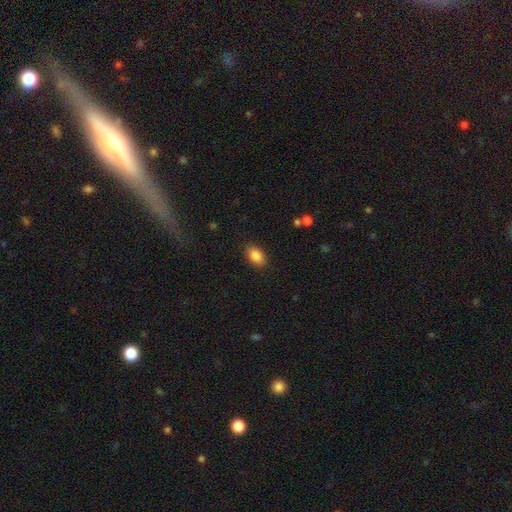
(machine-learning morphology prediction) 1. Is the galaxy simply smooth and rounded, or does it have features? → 86% smooth, 8% star or artifact, 6% featured or disk.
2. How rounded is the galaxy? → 88% in between, 10% round, 2% cigar-shaped.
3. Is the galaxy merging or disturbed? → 88% none, 9% minor disturbance, 2% major disturbance, 1% merger.